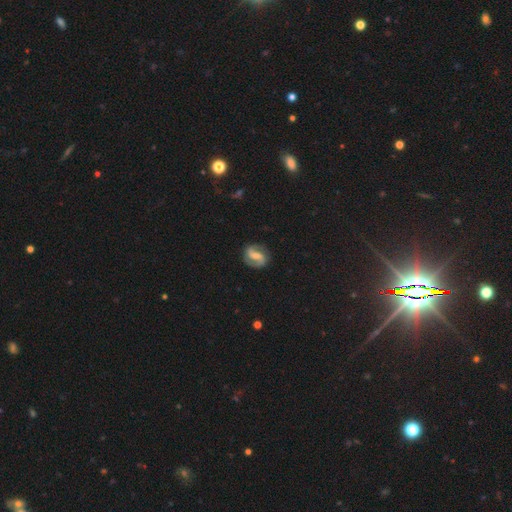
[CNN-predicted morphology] The model was most divided on "bulge size": moderate: 43%, small: 40%, none: 10%, large: 6%, dominant: 1%. Remaining: edge-on disk — no (98%); spiral arms — yes (96%); spiral arm count — 2 (92%); merging — none (83%); smooth or featured — featured or disk (83%); spiral winding — medium (51%); bar — weak (47%).